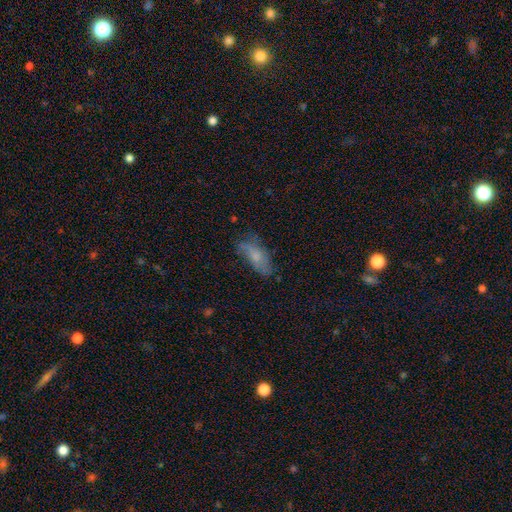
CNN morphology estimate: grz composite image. It shows a smooth galaxy with no disk features (59%) that is in between round and cigar-shaped (74%). Merging: none (54%).